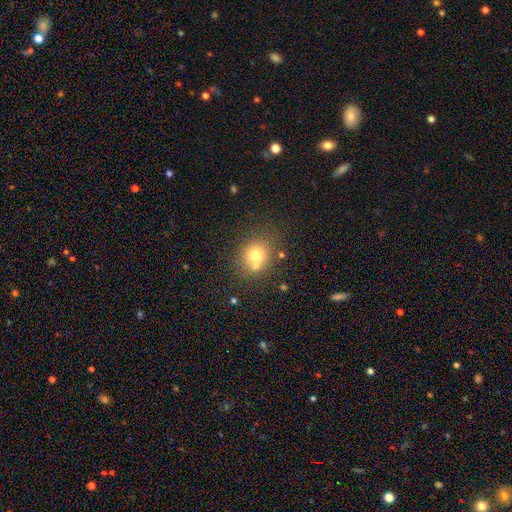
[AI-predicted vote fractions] Q: Smooth or featured?
A: smooth (70%); runner-up: featured or disk (16%)
Q: How rounded?
A: round (80%); runner-up: in between (19%)
Q: Merging?
A: none (59%); runner-up: merger (25%)